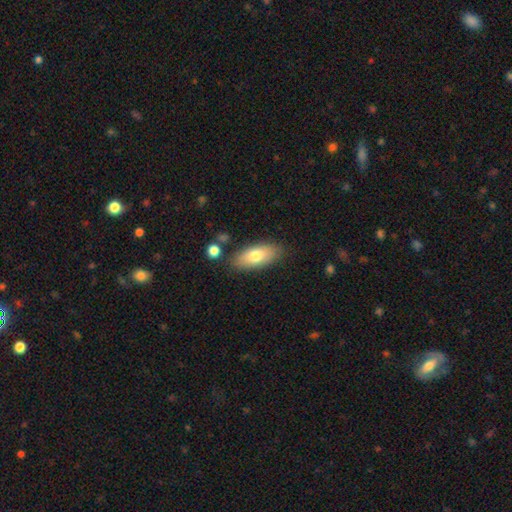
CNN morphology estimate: This appears to be a smooth galaxy with no disk features (75%) that is in between round and cigar-shaped (84%). Merging: none (81%).